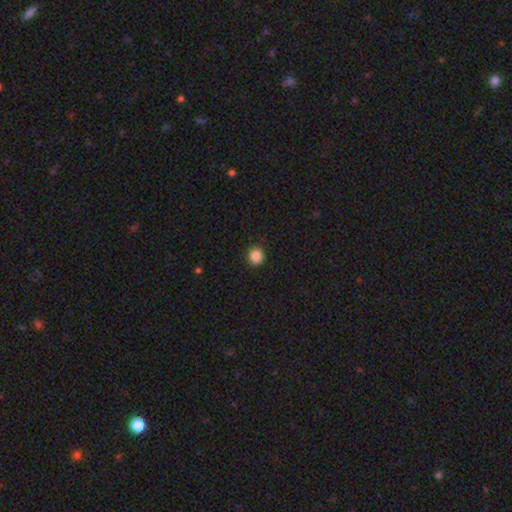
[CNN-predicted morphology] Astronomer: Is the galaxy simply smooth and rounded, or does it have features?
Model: smooth — 87%.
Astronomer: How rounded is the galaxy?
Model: round — 89%.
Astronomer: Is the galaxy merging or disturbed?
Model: none — 91%.